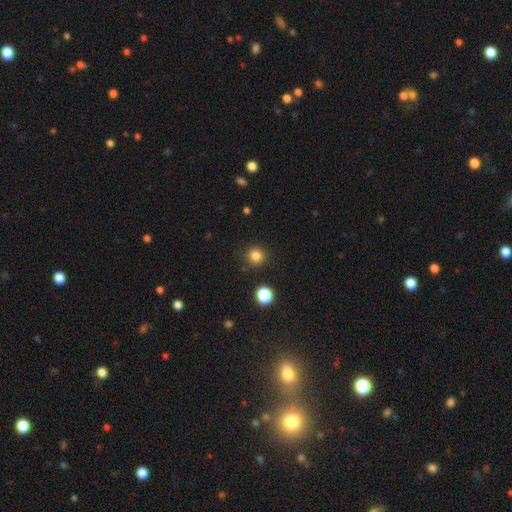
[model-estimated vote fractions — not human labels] Smooth or featured?
  - smooth: 82% *
  - star or artifact: 14%
  - featured or disk: 4%
How rounded?
  - round: 93% *
  - in between: 6%
  - cigar-shaped: 1%
Merging?
  - none: 89% *
  - minor disturbance: 6%
  - major disturbance: 2%
  - merger: 2%